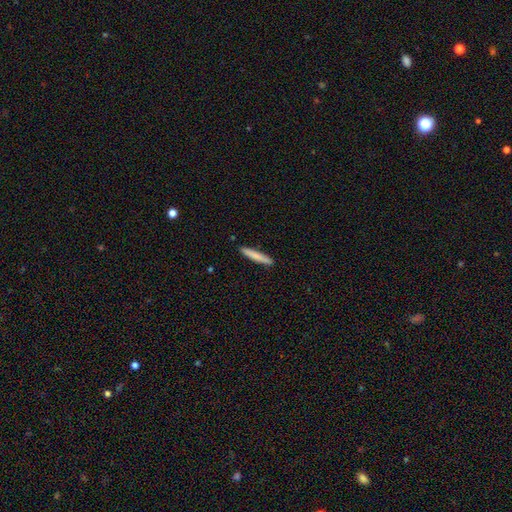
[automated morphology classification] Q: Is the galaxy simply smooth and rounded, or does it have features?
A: smooth — 80%.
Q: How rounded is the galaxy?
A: cigar-shaped — 95%.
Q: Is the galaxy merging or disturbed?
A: none — 91%.